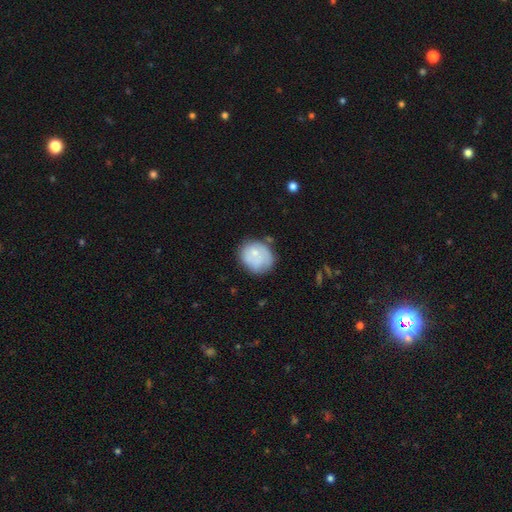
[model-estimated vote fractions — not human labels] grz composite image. It shows a smooth galaxy with no disk features (64%) that is round (72%). Merging: none (55%).